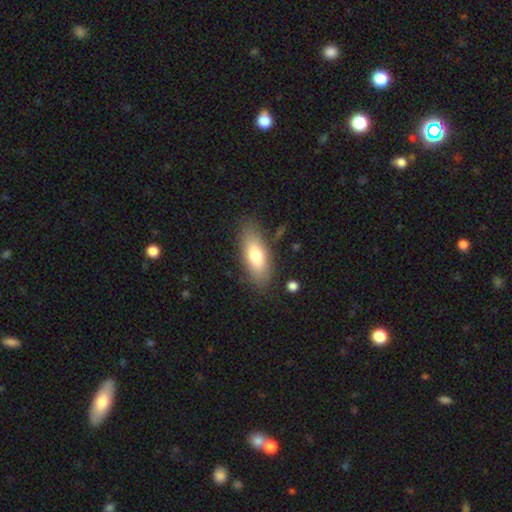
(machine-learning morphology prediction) Smooth or featured: smooth — 72% (featured or disk — 22%)
How rounded: in between — 80% (cigar-shaped — 17%)
Merging: none — 80% (minor disturbance — 13%)